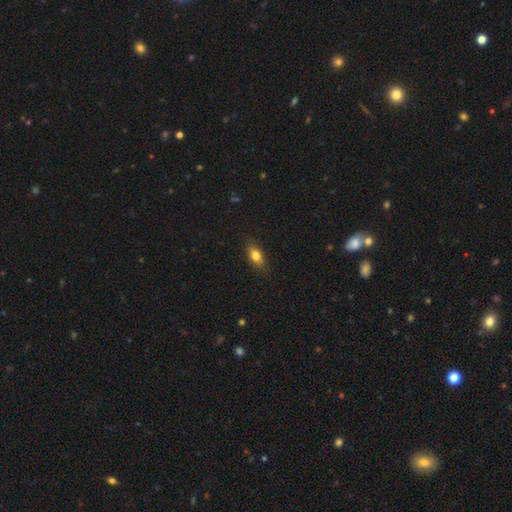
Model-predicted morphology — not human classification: type=smooth (75%); roundness=in between (79%); merging=none (84%).